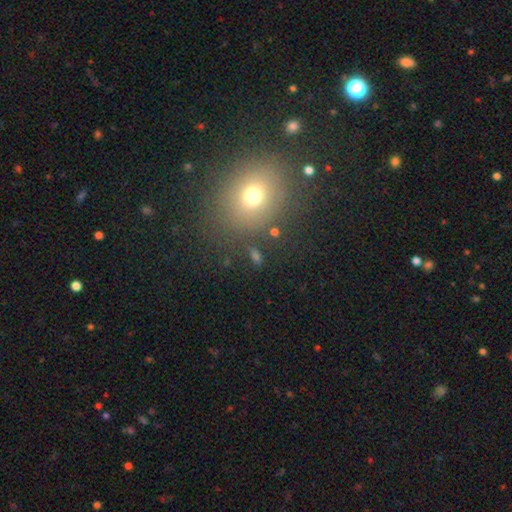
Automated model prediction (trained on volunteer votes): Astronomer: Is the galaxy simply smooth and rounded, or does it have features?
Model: smooth — 63%.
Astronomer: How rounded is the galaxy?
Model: in between — 48%, tied with round at 48%.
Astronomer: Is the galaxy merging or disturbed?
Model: none — 79%.